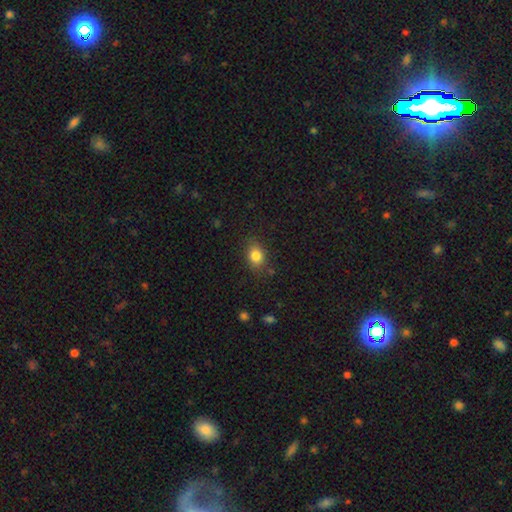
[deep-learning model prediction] This is clearly a smooth galaxy (83%). How rounded: possibly in between (60%). Merging: clearly none (80%).